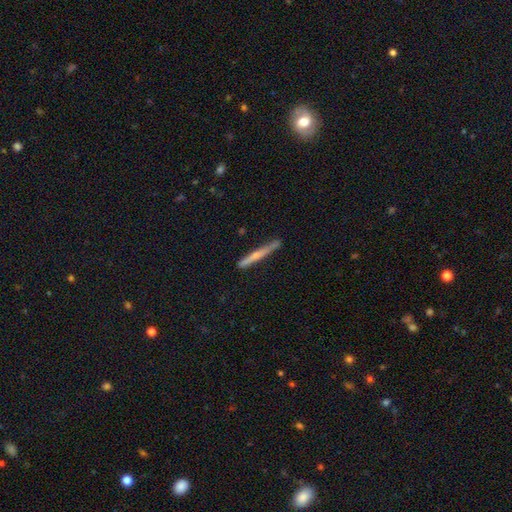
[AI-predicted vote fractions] The model was most divided on "smooth or featured": featured or disk: 48%, smooth: 46%, star or artifact: 6%. More confident: merging — none (83%).